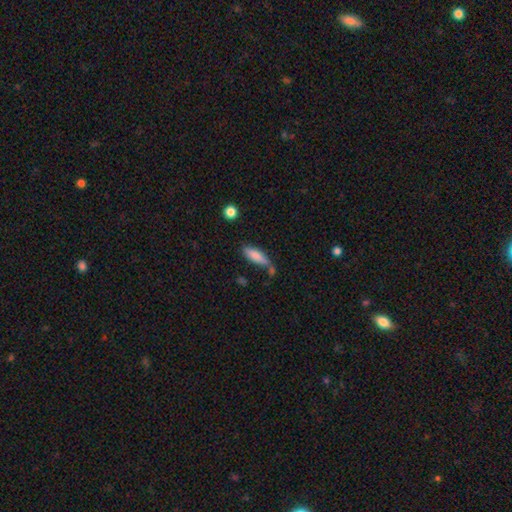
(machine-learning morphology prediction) Overall: smooth (81%). How rounded: in between (56%; cigar-shaped 42%). Merging: none (53%; minor disturbance 23%).